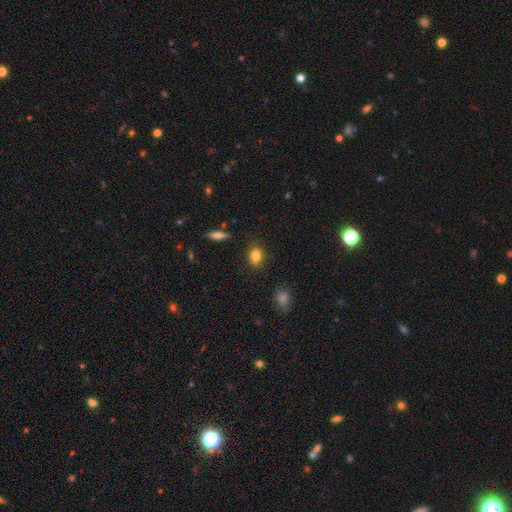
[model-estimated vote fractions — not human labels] Overall: smooth (83%). How rounded: in between (75%). Merging: none (83%).